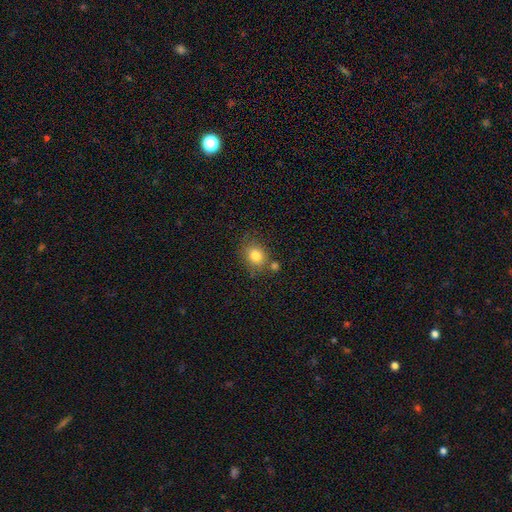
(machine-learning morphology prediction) A smooth galaxy with no disk features (81%) that is round (56%).

Vote fractions:
- Smooth or featured? smooth: 81% / star or artifact: 11% / featured or disk: 8%
- How rounded? round: 56% / in between: 43% / cigar-shaped: 1%
- Merging? none: 66% / minor disturbance: 16% / merger: 13% / major disturbance: 5%